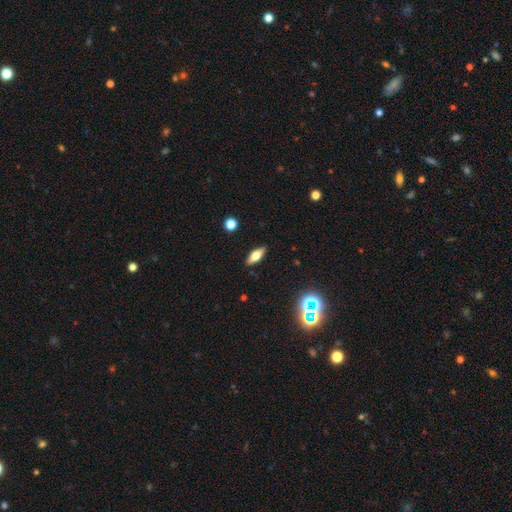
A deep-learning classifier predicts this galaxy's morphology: smooth 53%, featured or disk 37%, star or artifact 10%. Down the decision tree: how rounded — in between (60%); merging — none (89%).